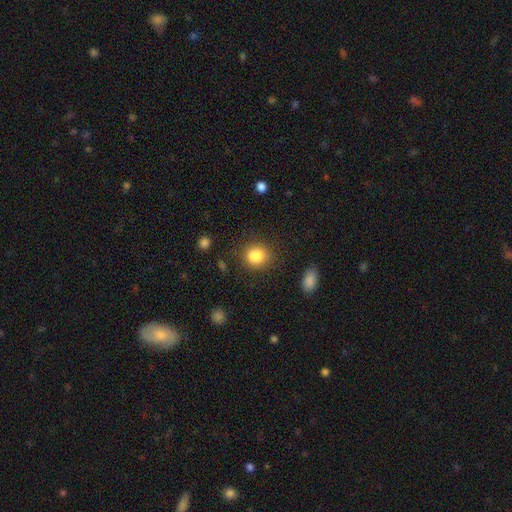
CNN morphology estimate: Q: Smooth or featured?
A: smooth (86%); runner-up: star or artifact (10%)
Q: How rounded?
A: round (76%); runner-up: in between (23%)
Q: Merging?
A: none (82%); runner-up: minor disturbance (11%)